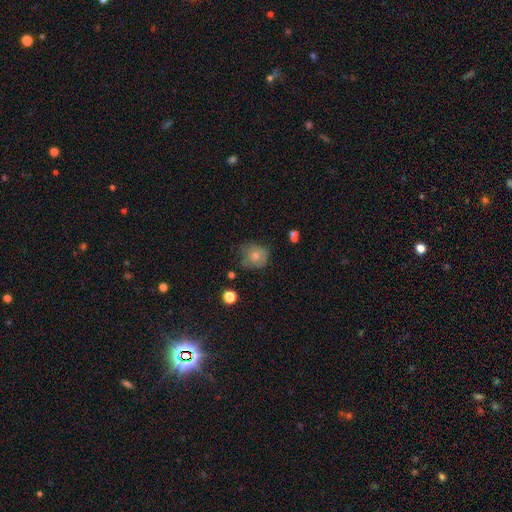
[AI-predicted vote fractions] A smooth galaxy with no disk features (64%) that is round (78%).

Vote fractions:
- Smooth or featured? smooth: 64% / featured or disk: 26% / star or artifact: 11%
- How rounded? round: 78% / in between: 21% / cigar-shaped: 1%
- Merging? none: 51% / minor disturbance: 32% / major disturbance: 13% / merger: 3%